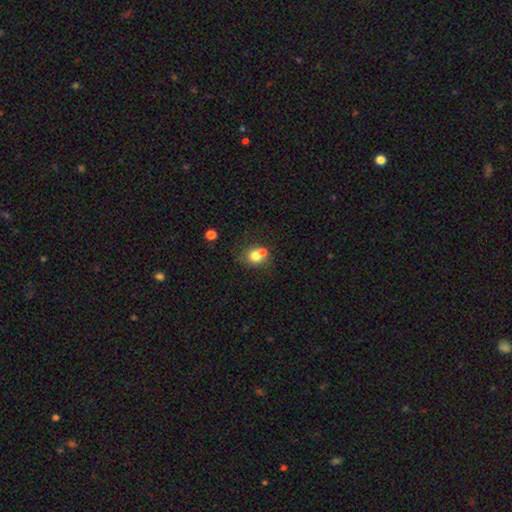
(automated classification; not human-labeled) This appears to be a smooth galaxy with no disk features (74%) that is round (76%). Merging: merger (44%).